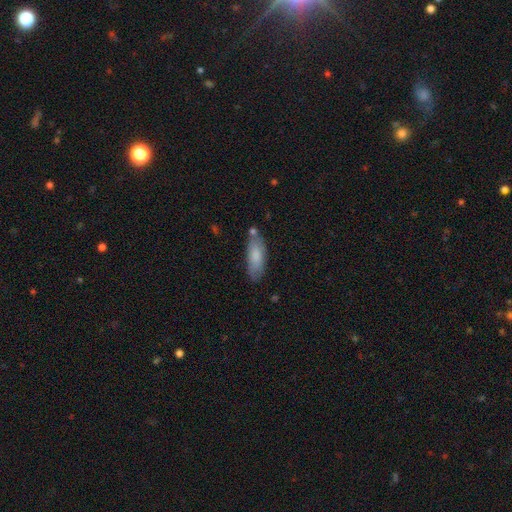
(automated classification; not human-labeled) smooth 77%, featured or disk 17%, star or artifact 6%. Down the decision tree: how rounded — in between (65%); merging — none (68%).